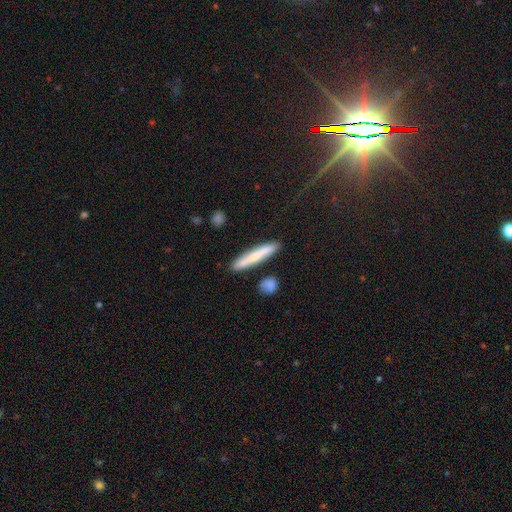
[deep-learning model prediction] Smooth or featured: smooth — 69% (featured or disk — 24%)
How rounded: cigar-shaped — 94% (in between — 4%)
Merging: none — 86% (minor disturbance — 9%)